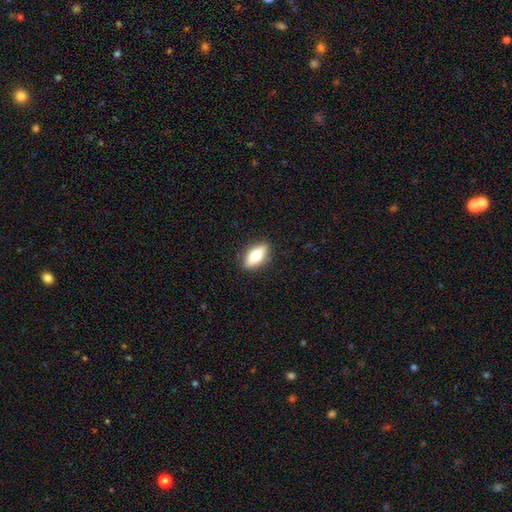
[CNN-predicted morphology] Q: Smooth or featured?
A: smooth (63%); runner-up: featured or disk (30%)
Q: How rounded?
A: in between (80%); runner-up: cigar-shaped (15%)
Q: Merging?
A: none (87%); runner-up: minor disturbance (9%)